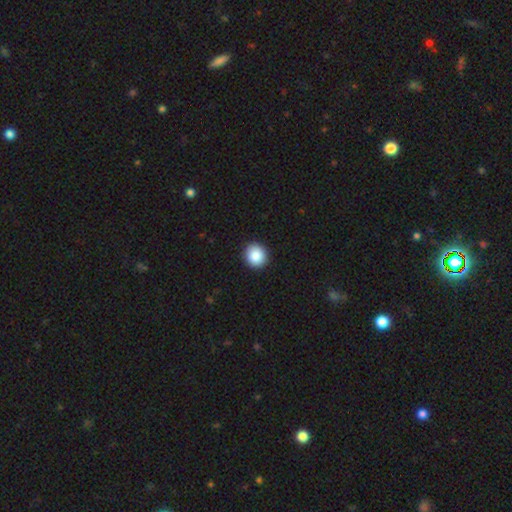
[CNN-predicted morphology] smooth_or_featured: smooth (p=0.88) [alt: star or artifact p=0.08]
how_rounded: round (p=0.89) [alt: in between p=0.10]
merging: none (p=0.92) [alt: minor disturbance p=0.05]